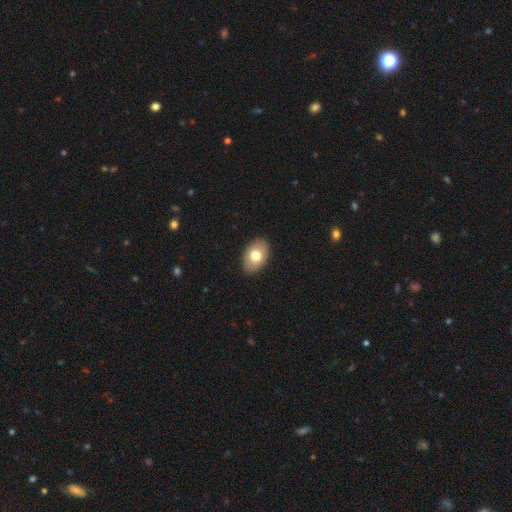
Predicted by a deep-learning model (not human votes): smooth-or-featured: smooth: 74% | featured or disk: 19% | star or artifact: 7%
  how-rounded: in between: 88% | round: 11% | cigar-shaped: 1%
  merging: none: 88% | minor disturbance: 9% | major disturbance: 2% | merger: 1%